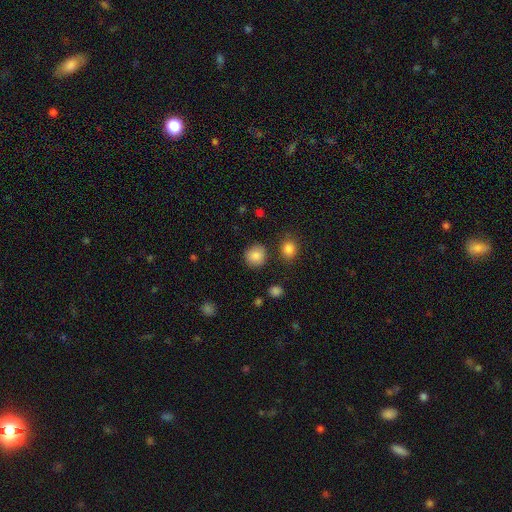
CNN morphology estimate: type=smooth (86%); roundness=round (88%); merging=none (85%).